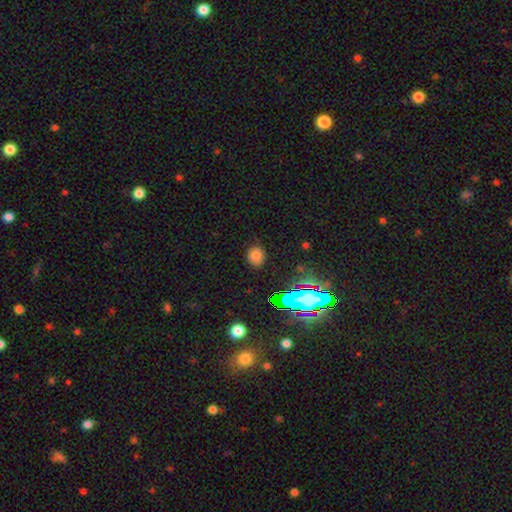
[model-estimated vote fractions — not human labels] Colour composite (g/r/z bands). It shows a smooth galaxy with no disk features (74%) that is round (63%). Merging: none (85%).